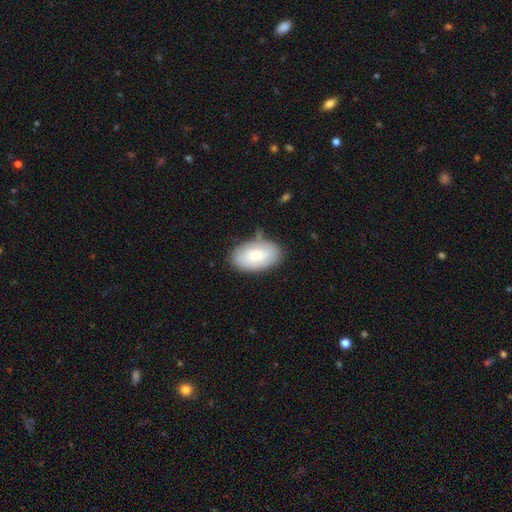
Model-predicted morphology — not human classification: Overall: smooth (78%). How rounded: in between (94%). Merging: none (72%).